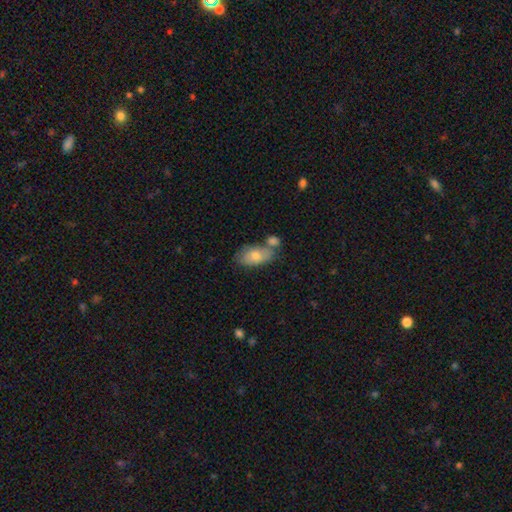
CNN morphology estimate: smooth-or-featured: smooth: 74% | featured or disk: 19% | star or artifact: 7%
  how-rounded: in between: 91% | round: 6% | cigar-shaped: 3%
  merging: none: 52% | merger: 27% | minor disturbance: 16% | major disturbance: 5%